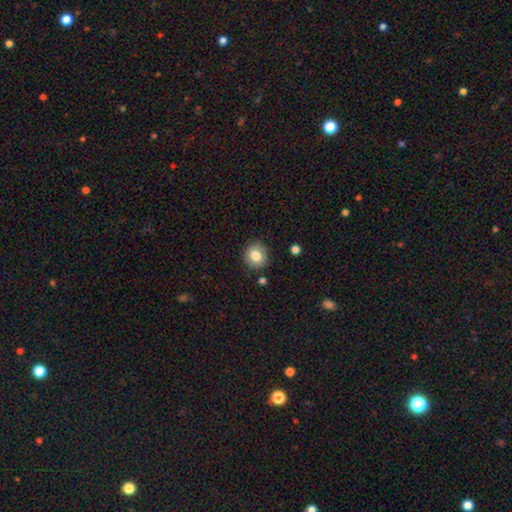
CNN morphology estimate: Smooth or featured? smooth (80%)
How rounded? round (83%)
Merging? none (86%)